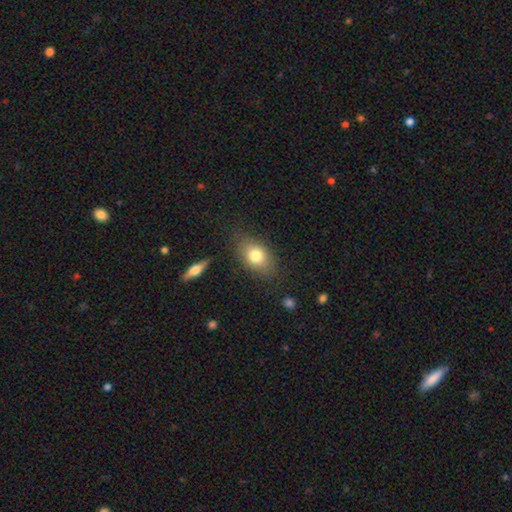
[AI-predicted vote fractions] A smooth galaxy with no disk features (78%) that is in between round and cigar-shaped (79%). Merging: none (78%).